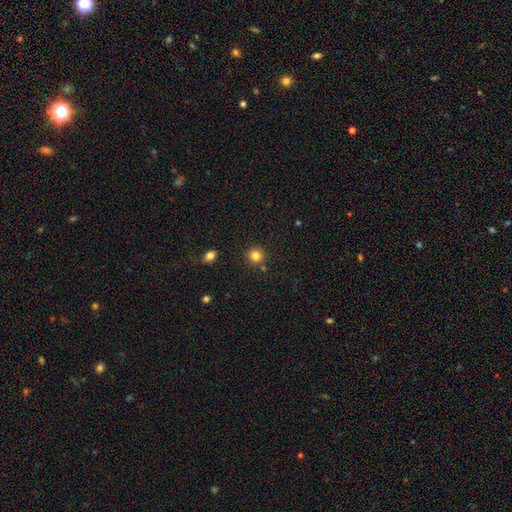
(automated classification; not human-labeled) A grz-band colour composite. It shows a smooth galaxy with no disk features (83%) that is round (93%). Merging: none (85%).